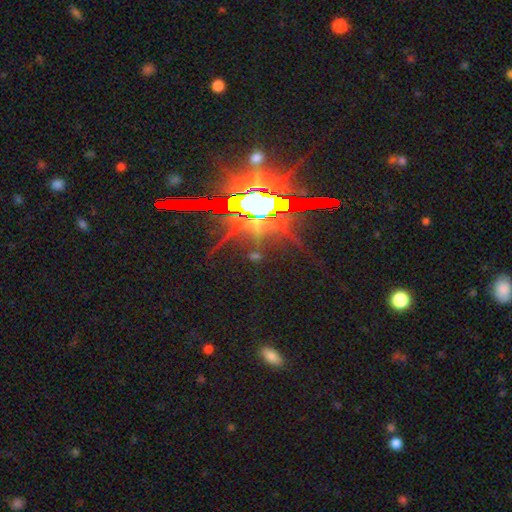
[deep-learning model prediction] The model was most divided on "smooth or featured": star or artifact: 73%, featured or disk: 16%, smooth: 11%.